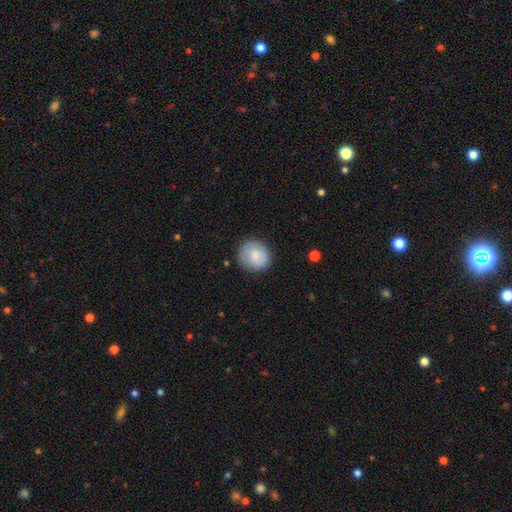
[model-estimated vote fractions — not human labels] A smooth galaxy with no disk features (80%) that is round (85%).

Vote fractions:
- Smooth or featured? smooth: 80% / featured or disk: 14% / star or artifact: 6%
- How rounded? round: 85% / in between: 14% / cigar-shaped: 1%
- Merging? none: 84% / minor disturbance: 12% / major disturbance: 3% / merger: 1%